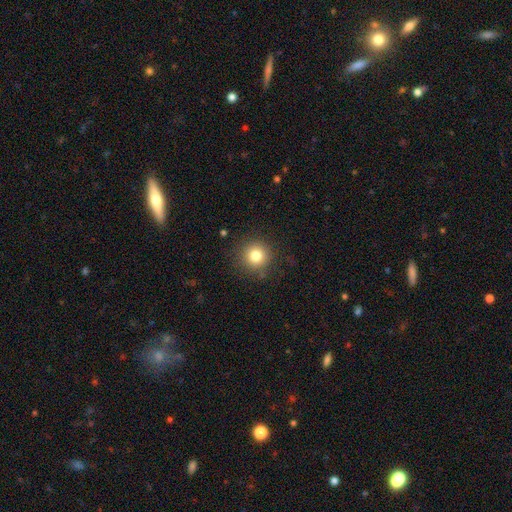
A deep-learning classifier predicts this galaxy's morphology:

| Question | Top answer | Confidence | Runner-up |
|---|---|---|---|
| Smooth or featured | smooth | 80% | star or artifact (12%) |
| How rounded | round | 95% | in between (4%) |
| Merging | none | 88% | minor disturbance (8%) |